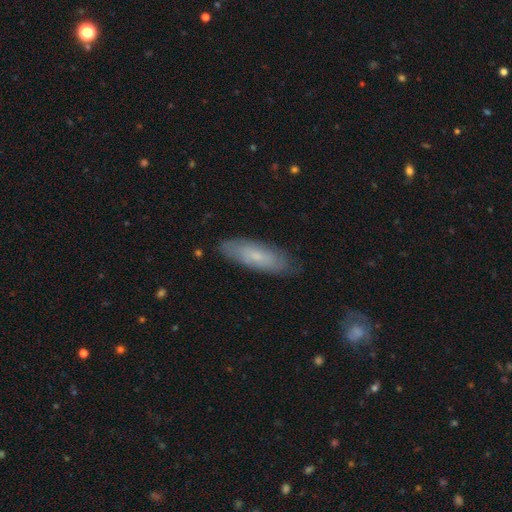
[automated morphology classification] A smooth galaxy with no disk features (56%) that is in between round and cigar-shaped (52%).

Vote fractions:
- Smooth or featured? smooth: 56% / featured or disk: 37% / star or artifact: 7%
- How rounded? in between: 52% / cigar-shaped: 47% / round: 2%
- Merging? none: 81% / minor disturbance: 14% / major disturbance: 3% / merger: 1%